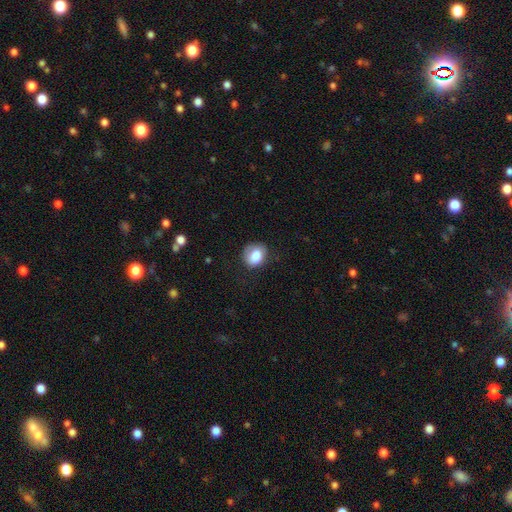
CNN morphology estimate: This appears to be a smooth galaxy with no disk features (79%) that is round (57%). Merging: none (62%).